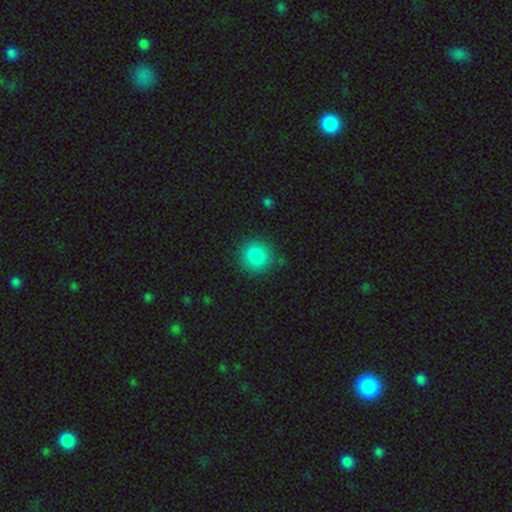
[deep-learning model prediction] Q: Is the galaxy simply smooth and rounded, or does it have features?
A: smooth — 86%.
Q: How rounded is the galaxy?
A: round — 90%.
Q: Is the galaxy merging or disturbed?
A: none — 86%.